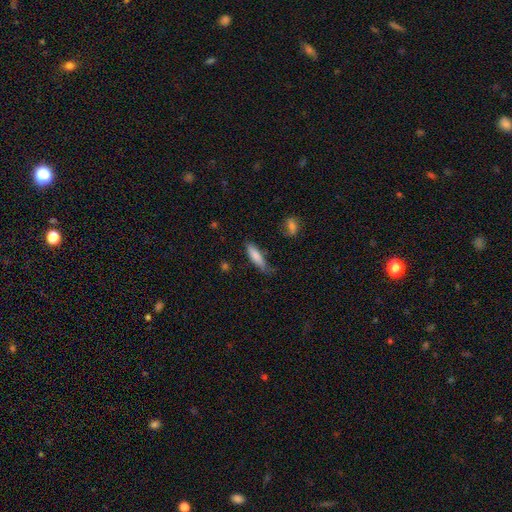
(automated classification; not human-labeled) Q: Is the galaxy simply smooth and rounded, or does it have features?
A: smooth — 79%.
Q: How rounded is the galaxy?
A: cigar-shaped — 66%.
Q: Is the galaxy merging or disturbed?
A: none — 62%.